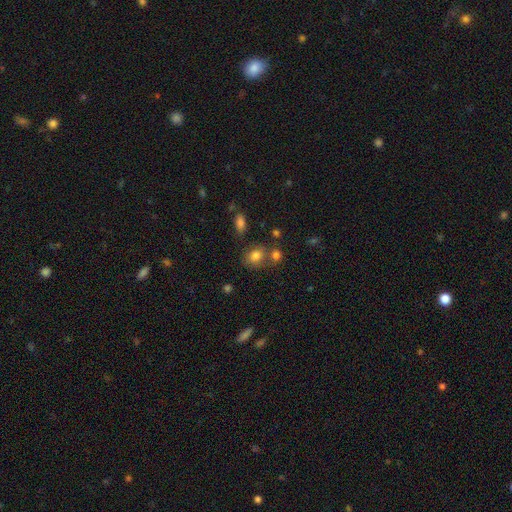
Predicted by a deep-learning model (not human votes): A smooth galaxy with no disk features (80%) that is round (56%).

Vote fractions:
- Smooth or featured? smooth: 80% / star or artifact: 12% / featured or disk: 8%
- How rounded? round: 56% / in between: 43% / cigar-shaped: 1%
- Merging? none: 64% / merger: 18% / minor disturbance: 13% / major disturbance: 5%